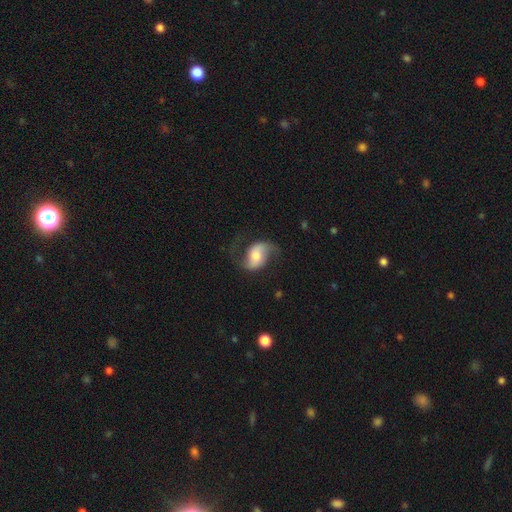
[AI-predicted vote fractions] Overall: featured or disk (70%). Edge-on disk: no (97%). Bar: no (45%; weak 37%). Spiral arms: yes (92%). Spiral arm count: 2 (89%). Spiral winding: loose (63%; medium 29%). Bulge size: moderate (58%; small 22%). Merging: none (62%).